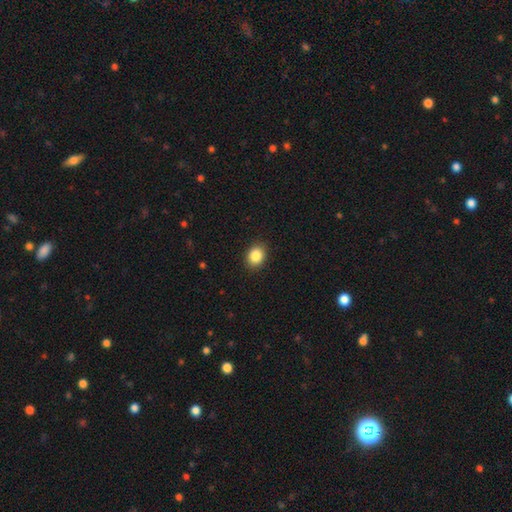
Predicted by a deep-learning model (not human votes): Smooth or featured?
  - smooth: 86% *
  - star or artifact: 9%
  - featured or disk: 5%
How rounded?
  - in between: 54% *
  - round: 45%
  - cigar-shaped: 1%
Merging?
  - none: 89% *
  - minor disturbance: 8%
  - major disturbance: 2%
  - merger: 1%